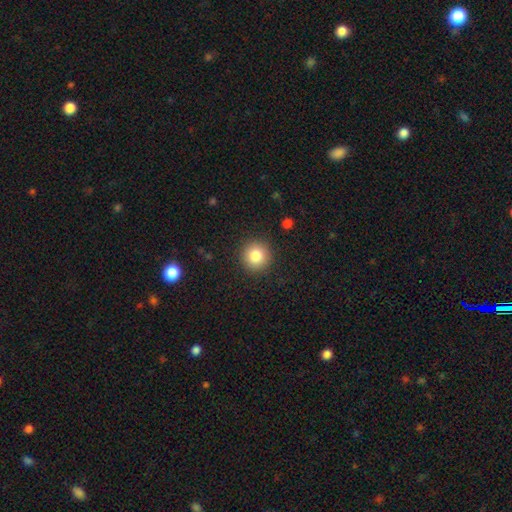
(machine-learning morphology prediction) This is clearly a smooth galaxy (84%). How rounded: clearly round (94%). Merging: clearly none (91%).